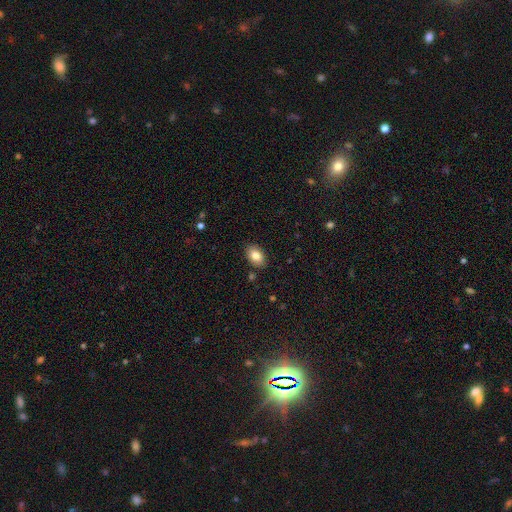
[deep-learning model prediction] Smooth or featured? Predicted: smooth (p=0.83). How rounded? Predicted: in between (p=0.88). Merging? Predicted: none (p=0.87).